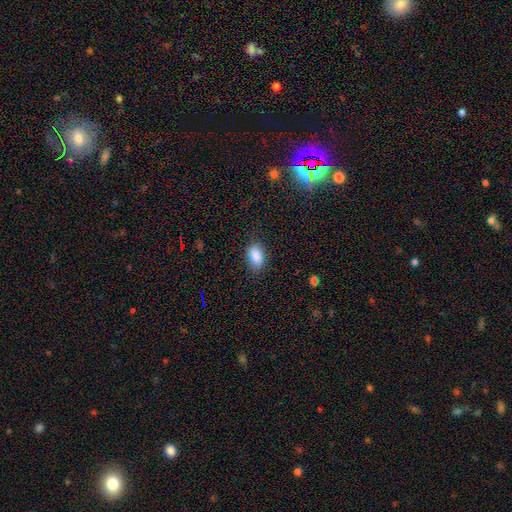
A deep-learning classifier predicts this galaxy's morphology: The model was most divided on "merging": none: 81%, minor disturbance: 14%, major disturbance: 4%, merger: 1%. More confident: how rounded — in between (91%); smooth or featured — smooth (88%).